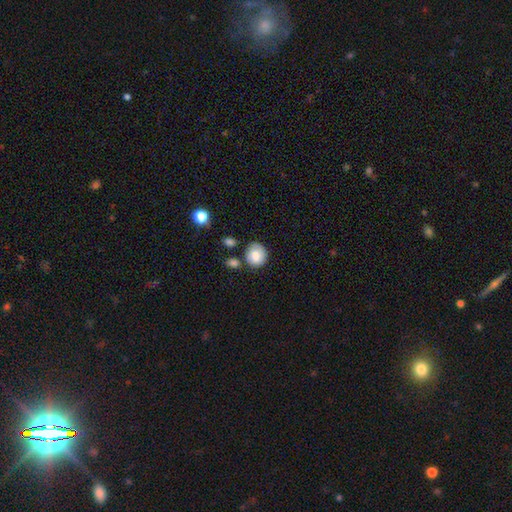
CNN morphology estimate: A smooth galaxy with no disk features (77%) that is round (80%).

Vote fractions:
- Smooth or featured? smooth: 77% / featured or disk: 15% / star or artifact: 8%
- How rounded? round: 80% / in between: 19% / cigar-shaped: 1%
- Merging? none: 70% / minor disturbance: 17% / merger: 9% / major disturbance: 4%